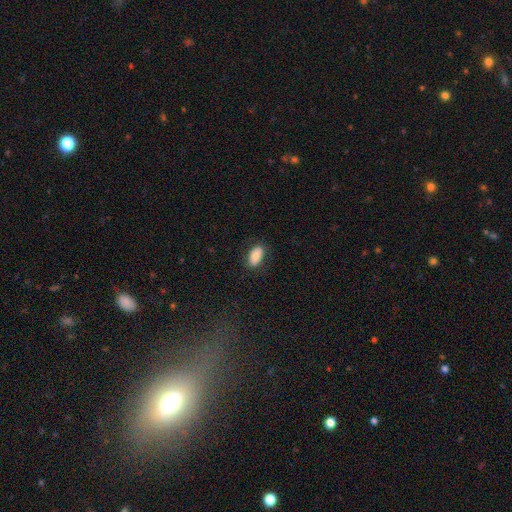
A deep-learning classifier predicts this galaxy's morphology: A smooth galaxy with no disk features (84%) that is in between round and cigar-shaped (93%).

Vote fractions:
- Smooth or featured? smooth: 84% / featured or disk: 8% / star or artifact: 7%
- How rounded? in between: 93% / round: 4% / cigar-shaped: 3%
- Merging? none: 81% / minor disturbance: 14% / major disturbance: 4% / merger: 1%